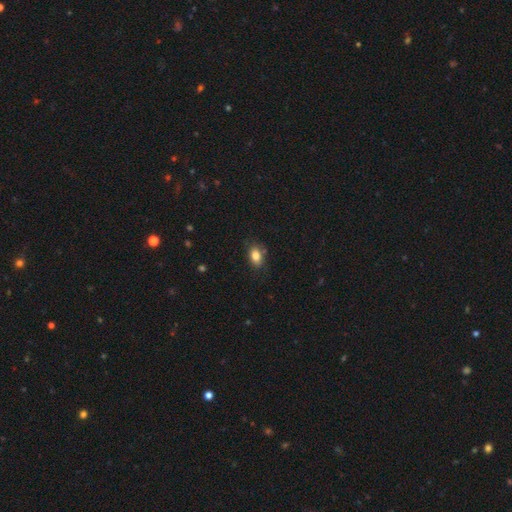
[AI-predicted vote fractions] Smooth or featured?
  - smooth: 83% *
  - star or artifact: 9%
  - featured or disk: 7%
How rounded?
  - in between: 83% *
  - round: 15%
  - cigar-shaped: 2%
Merging?
  - none: 77% *
  - minor disturbance: 16%
  - major disturbance: 3%
  - merger: 3%